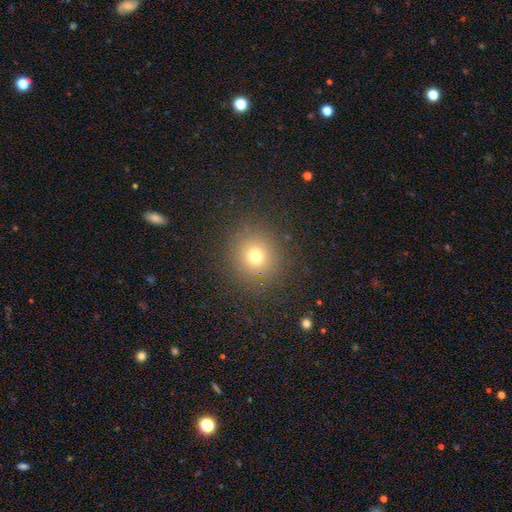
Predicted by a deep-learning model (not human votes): Smooth or featured?
  - smooth: 71% *
  - star or artifact: 19%
  - featured or disk: 9%
How rounded?
  - round: 89% *
  - in between: 10%
  - cigar-shaped: 1%
Merging?
  - none: 88% *
  - minor disturbance: 7%
  - major disturbance: 3%
  - merger: 1%